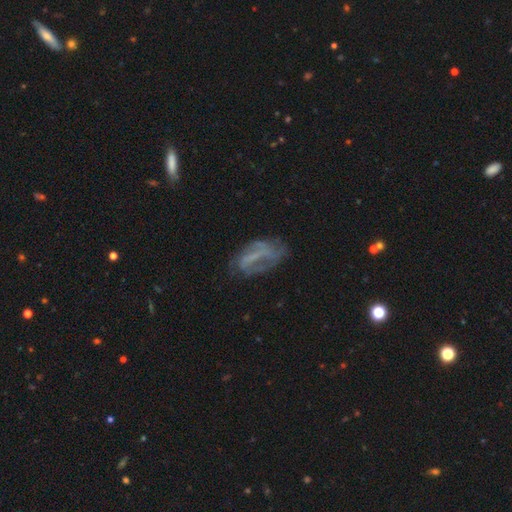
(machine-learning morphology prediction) Overall: featured or disk (59%; smooth 28%). Edge-on disk: no (92%). Bar: no (37%; weak 32%). Spiral arms: yes (56%; no 44%). Bulge size: none (67%). Merging: none (50%; minor disturbance 25%).